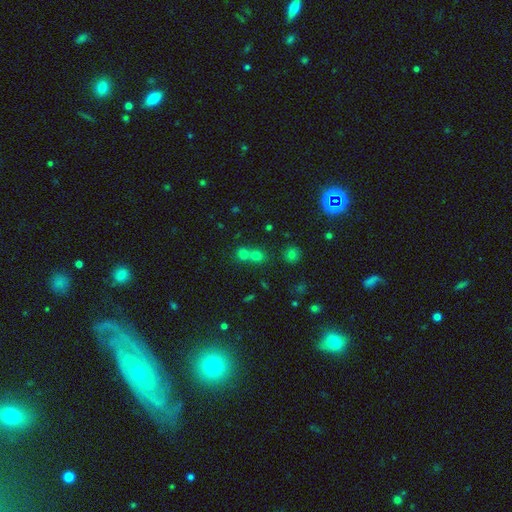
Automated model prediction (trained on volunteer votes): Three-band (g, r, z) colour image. It shows a smooth galaxy with no disk features (68%) that is round (83%). Merging: merger (47%).